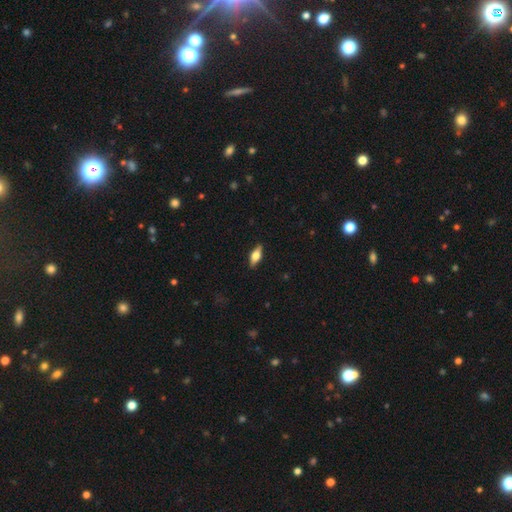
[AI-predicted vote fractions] smooth-or-featured: smooth: 51% | featured or disk: 42% | star or artifact: 7%
  how-rounded: in between: 70% | cigar-shaped: 27% | round: 3%
  merging: none: 88% | minor disturbance: 9% | major disturbance: 2% | merger: 1%